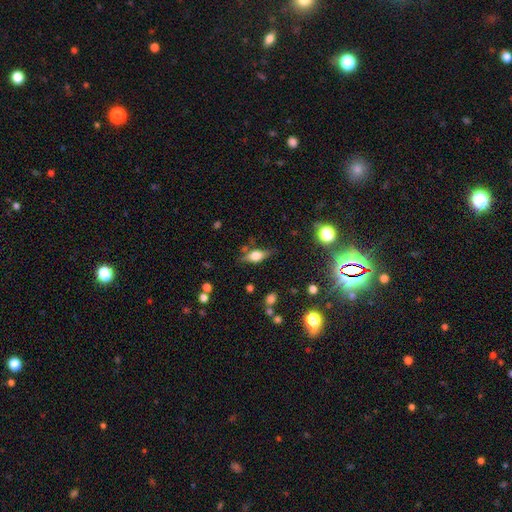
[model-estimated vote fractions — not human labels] This appears to be a smooth galaxy with no disk features (51%) that is in between round and cigar-shaped (70%). Merging: none (73%).